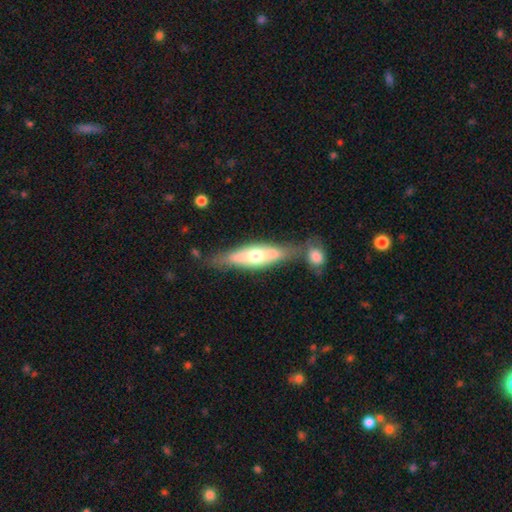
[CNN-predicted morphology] The model was most divided on "smooth or featured": featured or disk: 53%, smooth: 41%, star or artifact: 5%. More confident: edge-on disk — yes (67%); merging — none (51%).